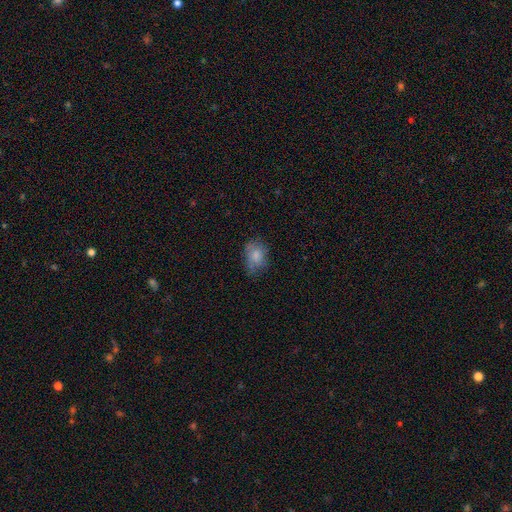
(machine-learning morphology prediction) The model was most divided on "merging": none: 56%, minor disturbance: 30%, major disturbance: 12%, merger: 2%. More confident: smooth or featured — smooth (76%); how rounded — in between (71%).